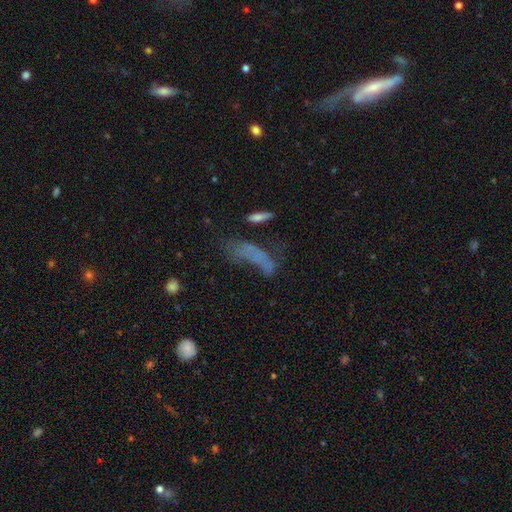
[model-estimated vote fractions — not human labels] Q: Smooth or featured?
A: smooth (53%); runner-up: featured or disk (26%)
Q: How rounded?
A: in between (48%); runner-up: cigar-shaped (46%)
Q: Merging?
A: major disturbance (38%); runner-up: none (29%)